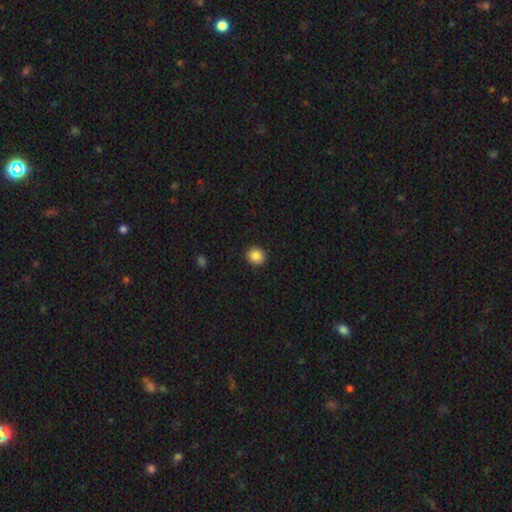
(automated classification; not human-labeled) Smooth or featured: smooth — 86% (star or artifact — 9%)
How rounded: round — 85% (in between — 14%)
Merging: none — 92% (minor disturbance — 5%)